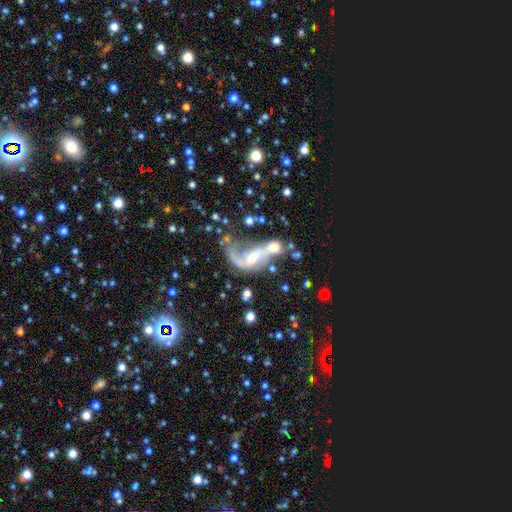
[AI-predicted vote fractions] Morphology: type=featured or disk (70%); edge-on=no (95%); bar=no (49%); spiral arms=yes (73%); bulge=small (37%); merging=merger (48%).